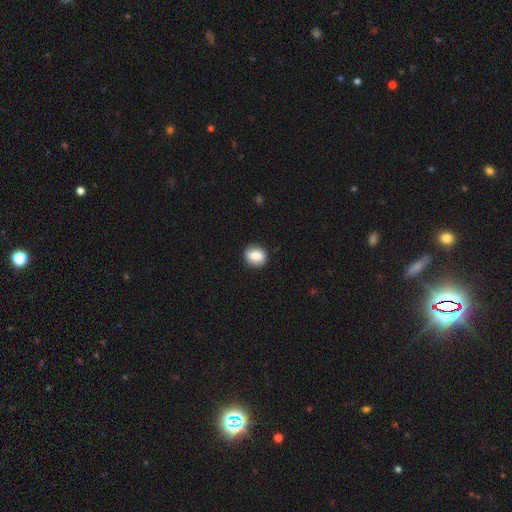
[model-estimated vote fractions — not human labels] A smooth galaxy with no disk features (79%) that is round (68%). Merging: none (85%).